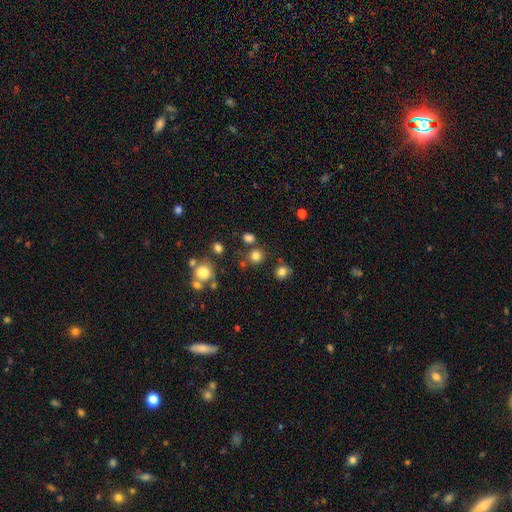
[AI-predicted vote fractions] A smooth galaxy with no disk features (78%) that is round (88%). Merging: none (78%).